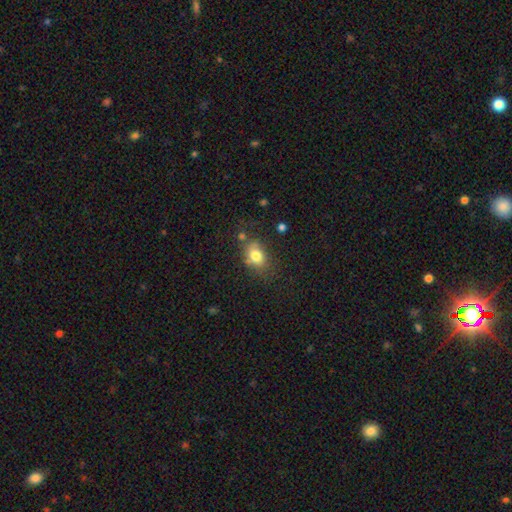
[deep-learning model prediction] Q: Smooth or featured?
A: smooth (78%); runner-up: featured or disk (12%)
Q: How rounded?
A: in between (70%); runner-up: round (28%)
Q: Merging?
A: none (61%); runner-up: minor disturbance (23%)